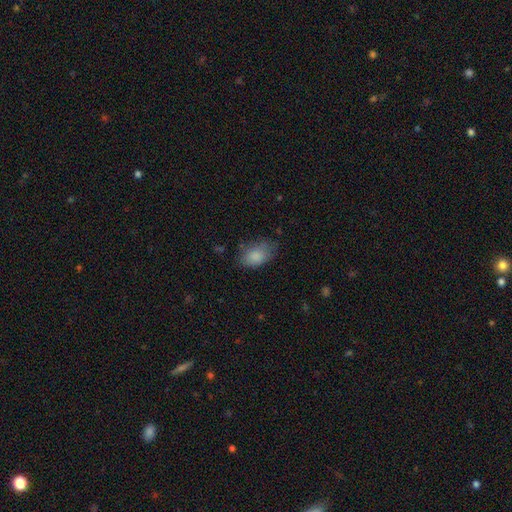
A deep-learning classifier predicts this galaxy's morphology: Q: Smooth or featured?
A: smooth (86%); runner-up: star or artifact (8%)
Q: How rounded?
A: in between (86%); runner-up: round (13%)
Q: Merging?
A: none (65%); runner-up: minor disturbance (26%)